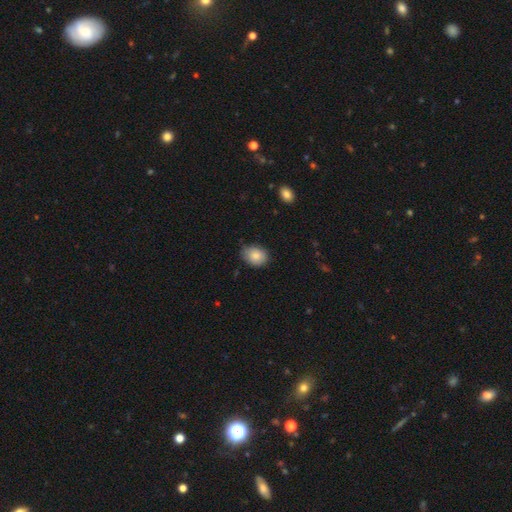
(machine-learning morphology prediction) Smooth or featured?
  - smooth: 85% *
  - star or artifact: 7%
  - featured or disk: 7%
How rounded?
  - in between: 57% *
  - round: 43%
  - cigar-shaped: 1%
Merging?
  - none: 77% *
  - minor disturbance: 19%
  - major disturbance: 3%
  - merger: 1%